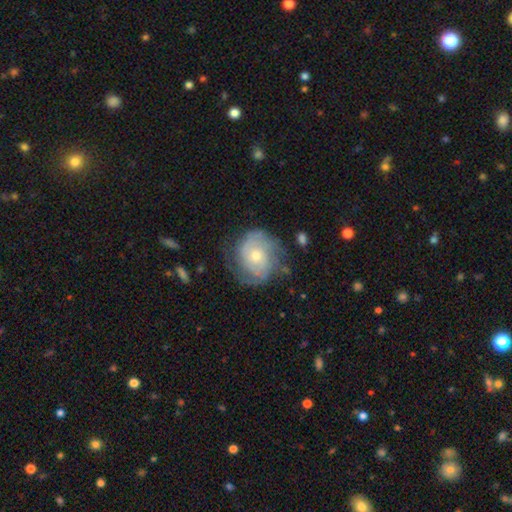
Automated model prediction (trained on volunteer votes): Smooth or featured? featured or disk (74%)
Edge-on disk? no (97%)
Bar? no (75%)
Spiral arms? yes (90%)
Spiral winding? tight (55%)
Spiral arm count? 2 (44%)
Bulge size? moderate (52%)
Merging? none (69%)